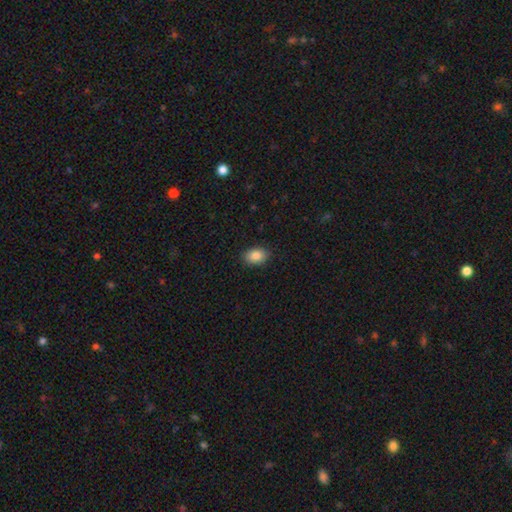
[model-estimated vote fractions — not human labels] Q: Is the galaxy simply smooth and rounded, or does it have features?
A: smooth — 86%.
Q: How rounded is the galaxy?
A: in between — 83%.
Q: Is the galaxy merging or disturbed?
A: none — 88%.